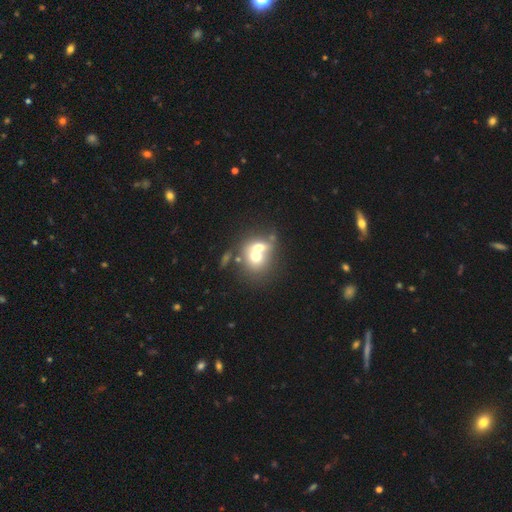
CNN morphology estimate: Q: Smooth or featured?
A: smooth (62%); runner-up: featured or disk (26%)
Q: How rounded?
A: round (67%); runner-up: in between (32%)
Q: Merging?
A: merger (62%); runner-up: none (26%)